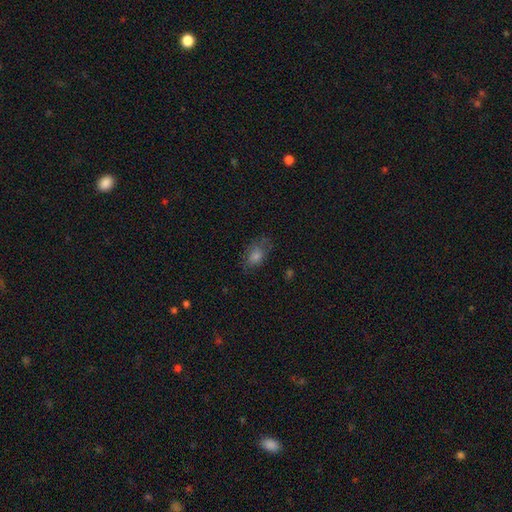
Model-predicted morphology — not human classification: smooth 65%, featured or disk 19%, star or artifact 17%. Down the decision tree: how rounded — in between (82%); merging — none (65%).